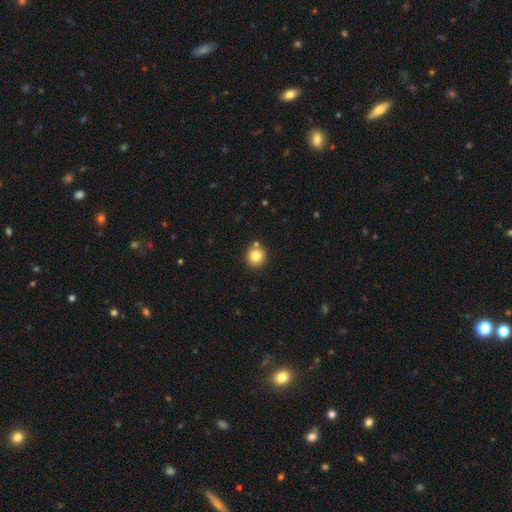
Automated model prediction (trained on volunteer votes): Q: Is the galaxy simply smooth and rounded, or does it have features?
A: smooth — 80%.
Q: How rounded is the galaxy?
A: round — 91%.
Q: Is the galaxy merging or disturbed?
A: none — 79%.